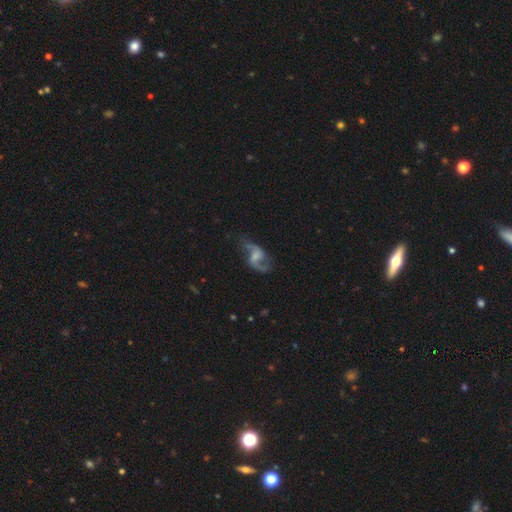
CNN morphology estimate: This is clearly a featured or disk galaxy (82%). It is clearly not viewed edge-on (97%). Bar: possibly weak (49%). Spiral arm pattern: clearly yes (94%). Spiral arm count: clearly 2 (90%). Spiral winding: likely loose (66%). Central bulge: marginally none (34%). Merging: likely none (65%).